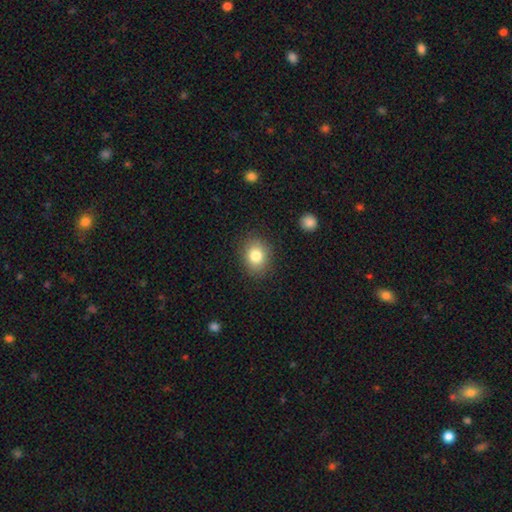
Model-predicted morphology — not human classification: smooth_or_featured: smooth (p=0.81) [alt: star or artifact p=0.10]
how_rounded: round (p=0.53) [alt: in between p=0.46]
merging: none (p=0.87) [alt: minor disturbance p=0.09]